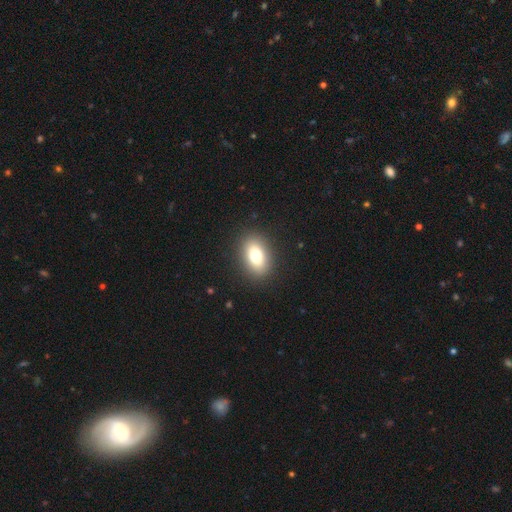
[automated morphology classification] A smooth galaxy with no disk features (75%) that is in between round and cigar-shaped (82%).

Vote fractions:
- Smooth or featured? smooth: 75% / featured or disk: 15% / star or artifact: 9%
- How rounded? in between: 82% / round: 15% / cigar-shaped: 2%
- Merging? none: 88% / minor disturbance: 8% / major disturbance: 3% / merger: 1%